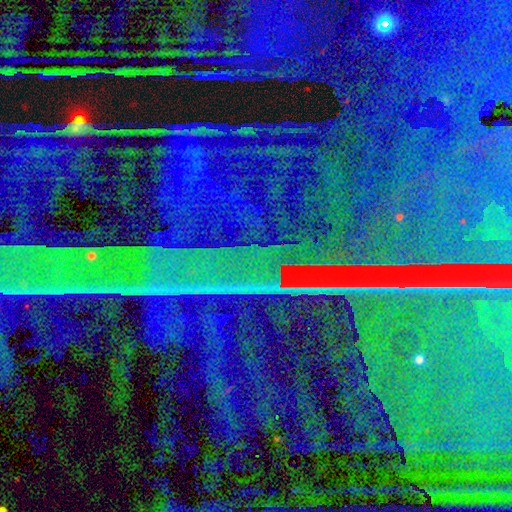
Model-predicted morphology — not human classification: Smooth or featured?
  - star or artifact: 88% *
  - featured or disk: 7%
  - smooth: 5%